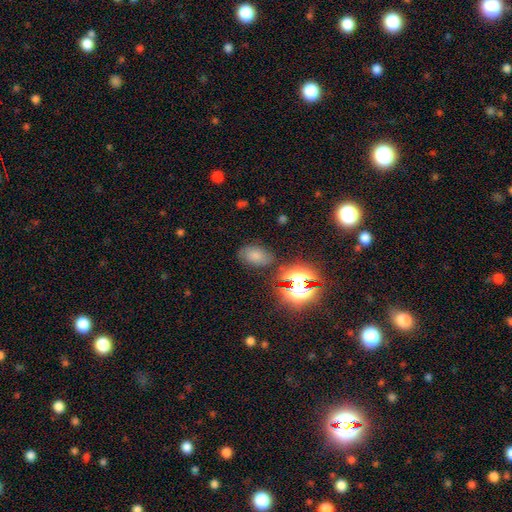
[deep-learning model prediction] smooth_or_featured: smooth (p=0.64) [alt: star or artifact p=0.23]
how_rounded: in between (p=0.85) [alt: round p=0.13]
merging: none (p=0.76) [alt: minor disturbance p=0.15]